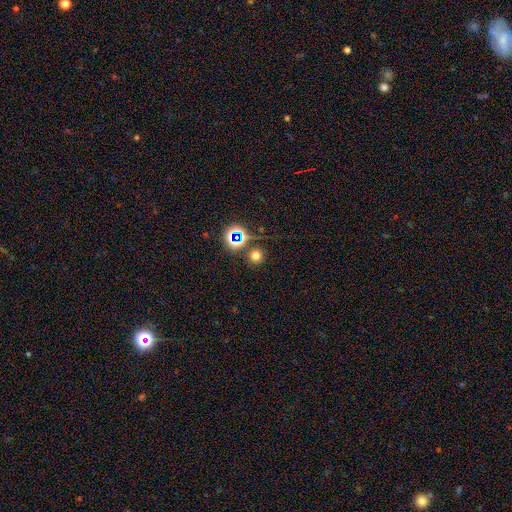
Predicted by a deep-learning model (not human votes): The model was most divided on "smooth or featured": smooth: 65%, star or artifact: 28%, featured or disk: 7%. More confident: how rounded — round (92%); merging — none (82%).